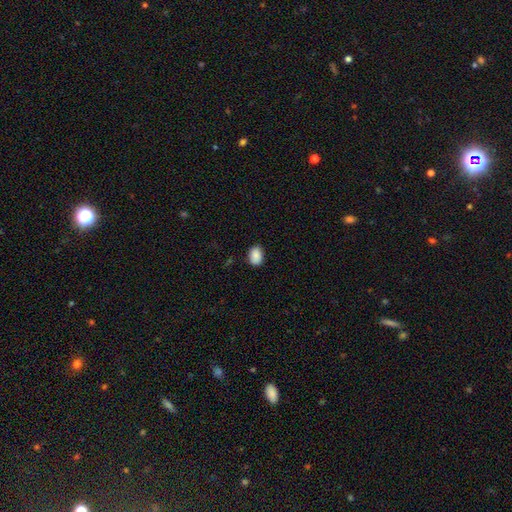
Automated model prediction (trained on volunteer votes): Smooth or featured: smooth — 89% (star or artifact — 8%)
How rounded: in between — 79% (round — 20%)
Merging: none — 84% (minor disturbance — 13%)